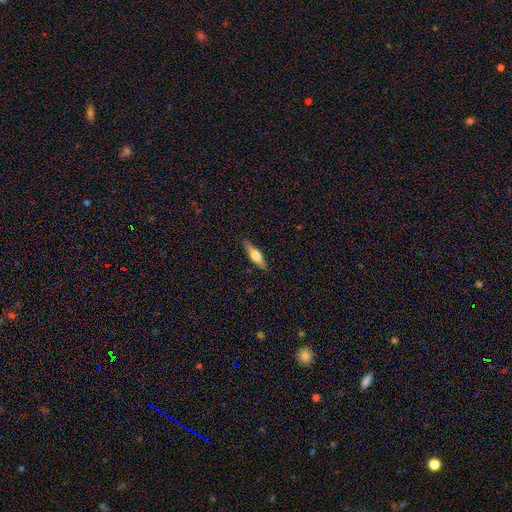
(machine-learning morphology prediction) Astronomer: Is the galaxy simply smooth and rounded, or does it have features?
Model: featured or disk — 56% (runner-up: smooth, 38%).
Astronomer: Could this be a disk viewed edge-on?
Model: yes — 95%.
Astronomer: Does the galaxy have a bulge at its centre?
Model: rounded — 89%.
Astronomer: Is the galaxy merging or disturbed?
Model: none — 88%.